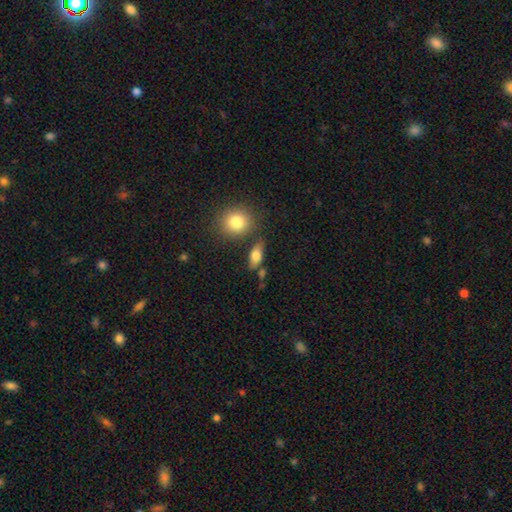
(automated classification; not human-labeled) smooth-or-featured: smooth: 74% | featured or disk: 17% | star or artifact: 9%
  how-rounded: in between: 75% | cigar-shaped: 13% | round: 12%
  merging: none: 70% | minor disturbance: 15% | merger: 10% | major disturbance: 5%